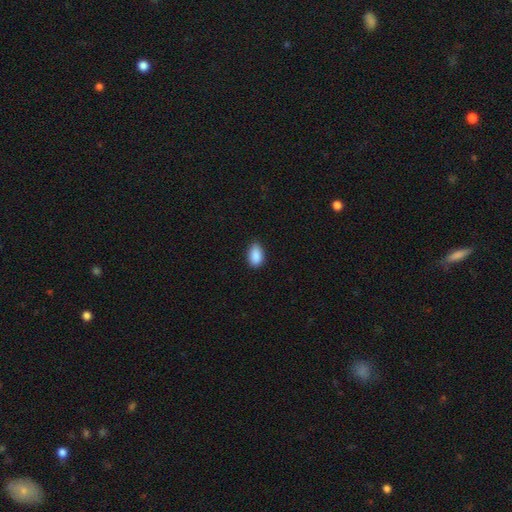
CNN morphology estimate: smooth 89%, star or artifact 7%, featured or disk 4%. Down the decision tree: how rounded — in between (91%); merging — none (76%).